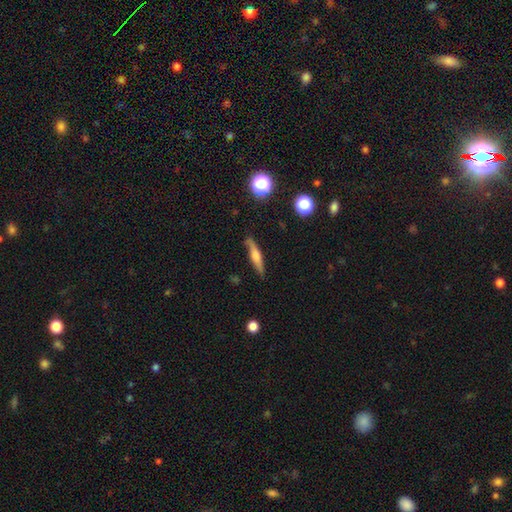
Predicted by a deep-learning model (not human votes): Smooth or featured? smooth (47%)
Merging? none (81%)